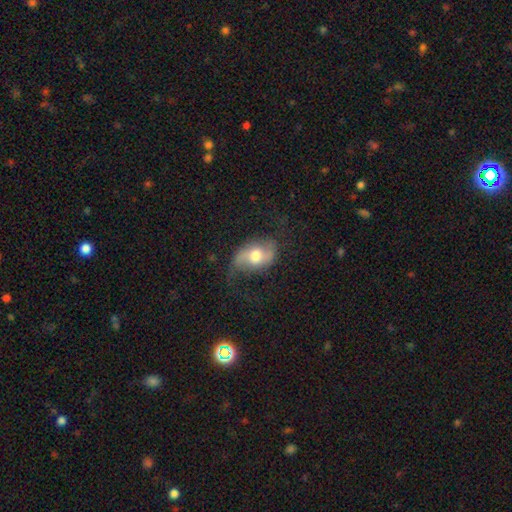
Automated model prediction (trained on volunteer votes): This is possibly a featured or disk galaxy (56%). It is clearly not viewed edge-on (92%). Bar: possibly no (53%). Spiral arm pattern: likely yes (77%). Central bulge: likely moderate (69%). Merging: possibly none (59%).